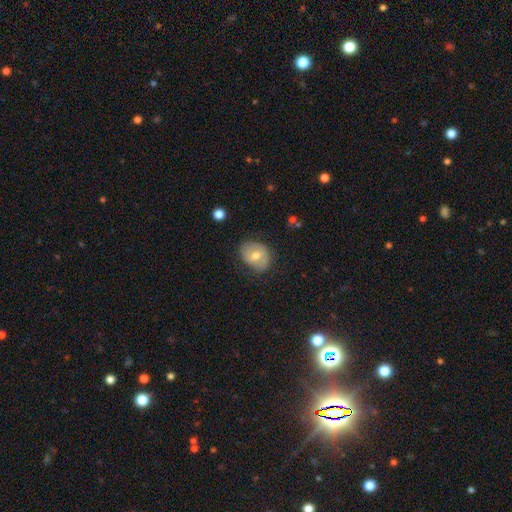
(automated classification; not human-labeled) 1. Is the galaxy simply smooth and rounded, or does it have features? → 59% smooth, 34% featured or disk, 8% star or artifact.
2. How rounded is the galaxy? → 54% in between, 45% round, 1% cigar-shaped.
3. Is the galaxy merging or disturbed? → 68% none, 24% minor disturbance, 7% major disturbance, 1% merger.